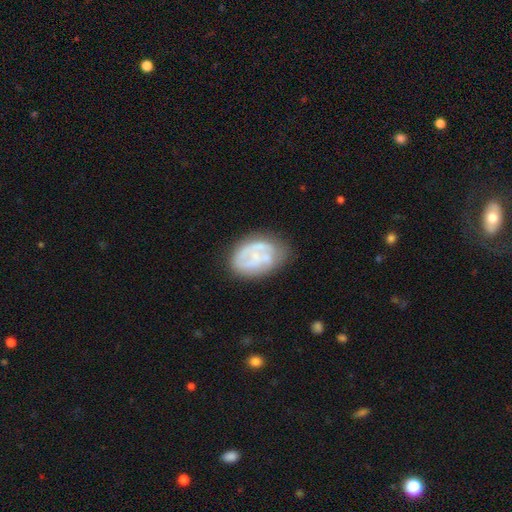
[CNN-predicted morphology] Smooth or featured?
  - featured or disk: 62% *
  - smooth: 30%
  - star or artifact: 8%
Edge-on disk?
  - no: 97% *
  - yes: 3%
Bar?
  - no: 71% *
  - weak: 23%
  - strong: 6%
Spiral arms?
  - yes: 54% *
  - no: 46%
Bulge size?
  - none: 42% *
  - small: 37%
  - moderate: 17%
  - large: 3%
  - dominant: 1%
Merging?
  - none: 56% *
  - minor disturbance: 26%
  - major disturbance: 14%
  - merger: 4%